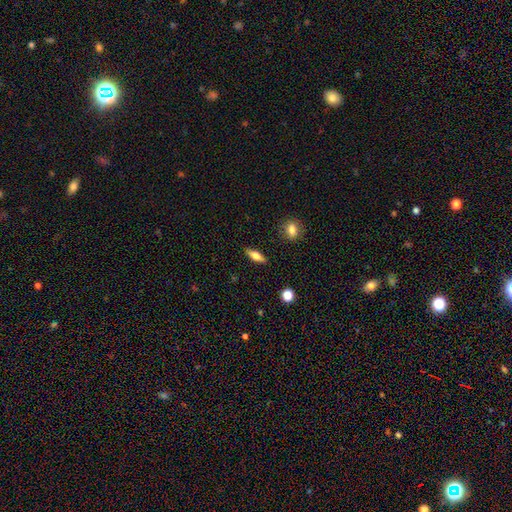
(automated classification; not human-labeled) Overall: smooth (61%; featured or disk 32%). How rounded: in between (54%; cigar-shaped 42%). Merging: none (88%).